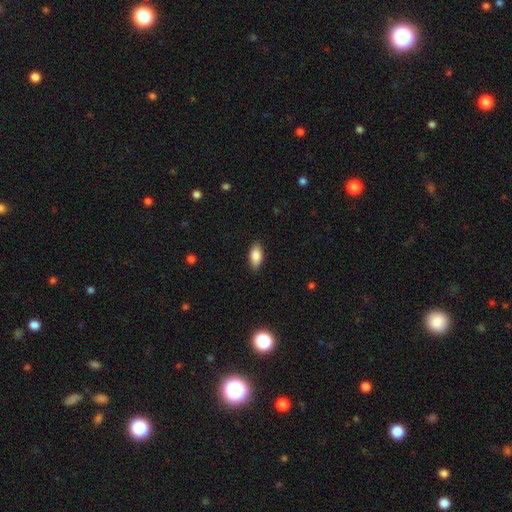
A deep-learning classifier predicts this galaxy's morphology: smooth-or-featured: smooth: 86% | featured or disk: 7% | star or artifact: 7%
  how-rounded: in between: 90% | cigar-shaped: 8% | round: 3%
  merging: none: 88% | minor disturbance: 9% | major disturbance: 2% | merger: 1%